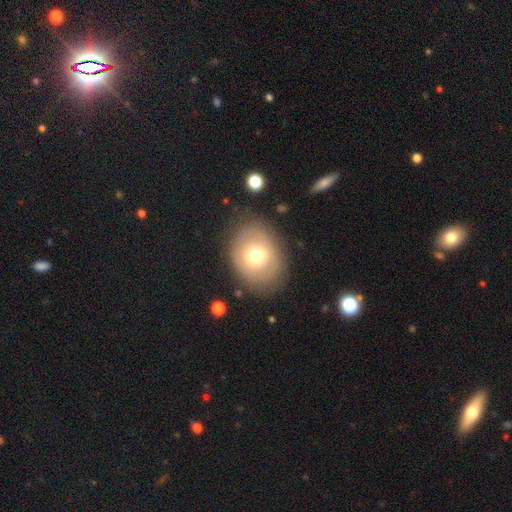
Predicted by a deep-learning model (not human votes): This is possibly a smooth galaxy (59%). How rounded: possibly in between (57%). Merging: likely none (78%).